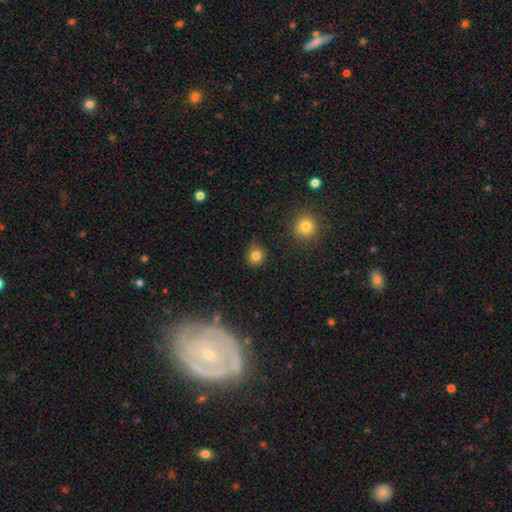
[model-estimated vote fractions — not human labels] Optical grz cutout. It shows a smooth galaxy with no disk features (82%) that is round (88%). Merging: none (83%).